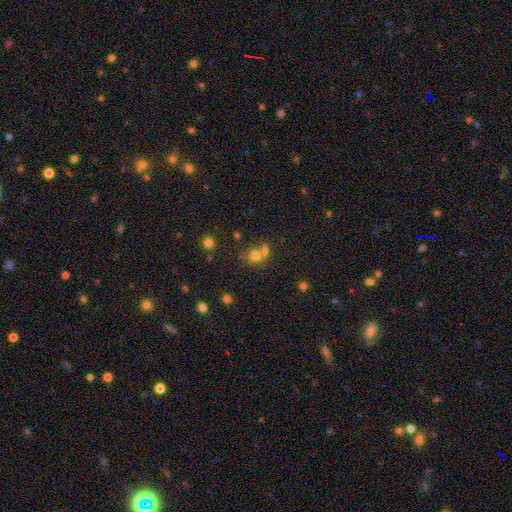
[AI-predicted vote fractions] smooth 73%, star or artifact 16%, featured or disk 11%. Down the decision tree: how rounded — round (80%); merging — merger (45%).